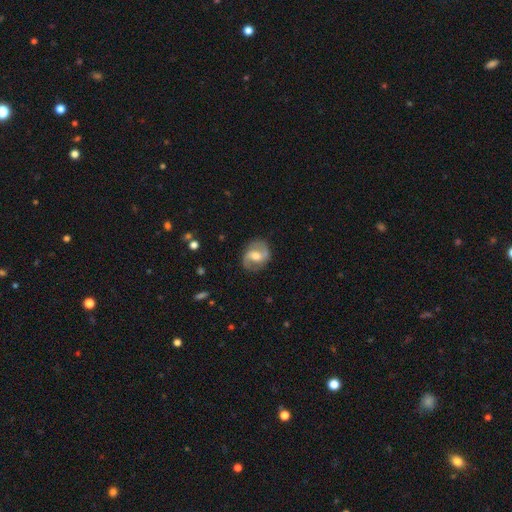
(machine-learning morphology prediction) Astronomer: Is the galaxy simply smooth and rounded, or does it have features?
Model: featured or disk — 81%.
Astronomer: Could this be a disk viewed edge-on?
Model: no — 97%.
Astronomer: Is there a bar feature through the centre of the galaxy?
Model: weak — 50% (runner-up: no, 27%).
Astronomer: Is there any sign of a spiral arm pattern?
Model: yes — 94%.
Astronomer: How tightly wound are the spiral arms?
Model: medium — 50% (runner-up: loose, 33%).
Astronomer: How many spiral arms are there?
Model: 2 — 92%.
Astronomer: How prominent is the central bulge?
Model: moderate — 64%.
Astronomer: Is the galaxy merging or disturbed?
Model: none — 83%.